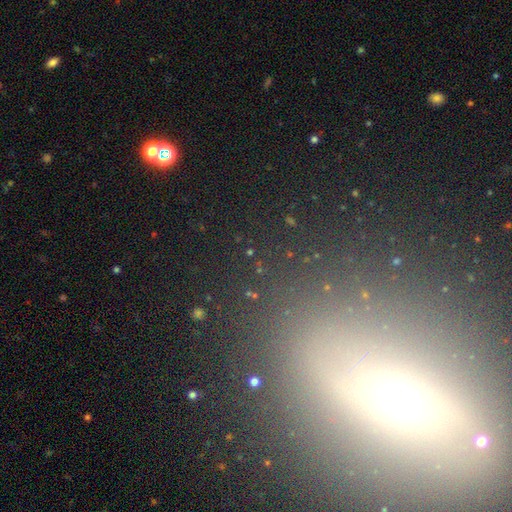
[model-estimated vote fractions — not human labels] Q: Smooth or featured?
A: star or artifact (44%); runner-up: smooth (32%)